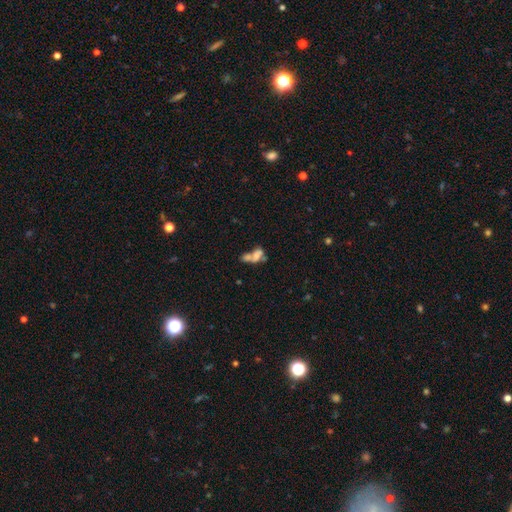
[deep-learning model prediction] smooth-or-featured: smooth: 55% | featured or disk: 31% | star or artifact: 14%
  how-rounded: in between: 77% | round: 14% | cigar-shaped: 9%
  merging: merger: 63% | none: 18% | major disturbance: 11% | minor disturbance: 9%